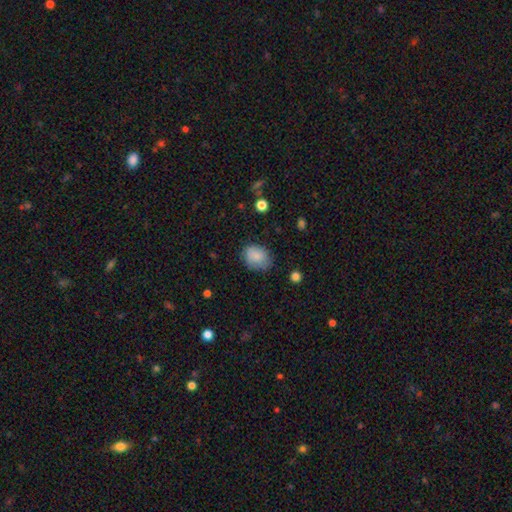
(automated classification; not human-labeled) A smooth galaxy with no disk features (84%) that is in between round and cigar-shaped (62%). Merging: none (70%).